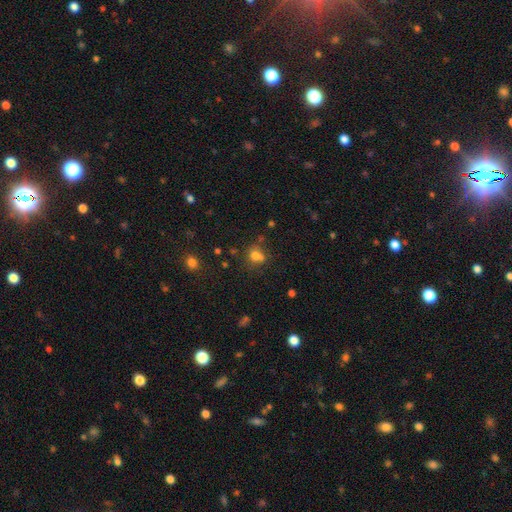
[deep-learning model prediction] smooth 71%, star or artifact 17%, featured or disk 12%. Down the decision tree: how rounded — round (72%); merging — none (49%).